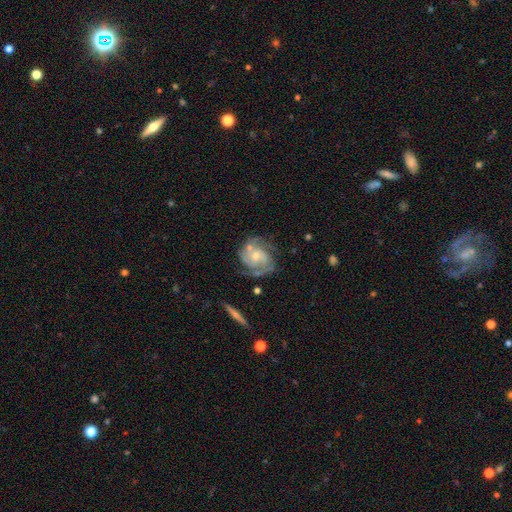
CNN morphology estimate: Smooth or featured? Predicted: featured or disk (p=0.85). Edge-on disk? Predicted: no (p=0.98). Bar? Predicted: no (p=0.61). Spiral arms? Predicted: yes (p=0.96). Spiral winding? Predicted: tight (p=0.49). Spiral arm count? Predicted: 2 (p=0.56). Bulge size? Predicted: small (p=0.48). Merging? Predicted: none (p=0.62).